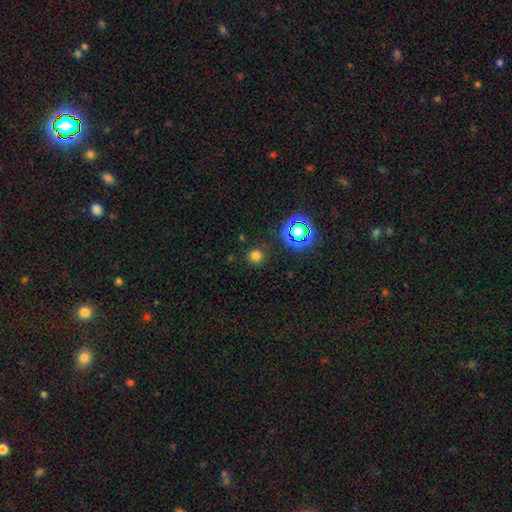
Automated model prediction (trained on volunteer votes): Overall: smooth (73%). How rounded: round (94%). Merging: none (89%).